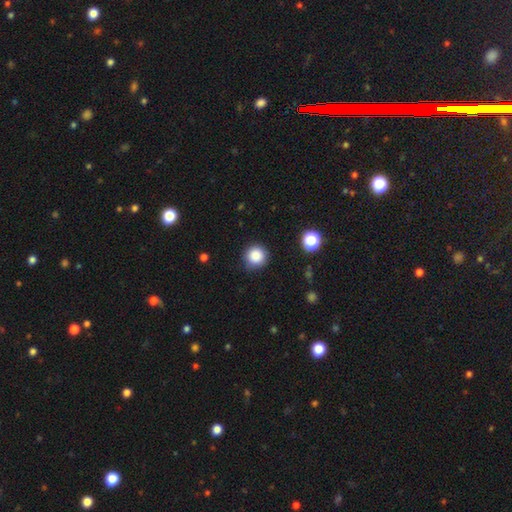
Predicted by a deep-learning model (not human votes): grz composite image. It shows a smooth galaxy with no disk features (86%) that is round (94%). Merging: none (86%).